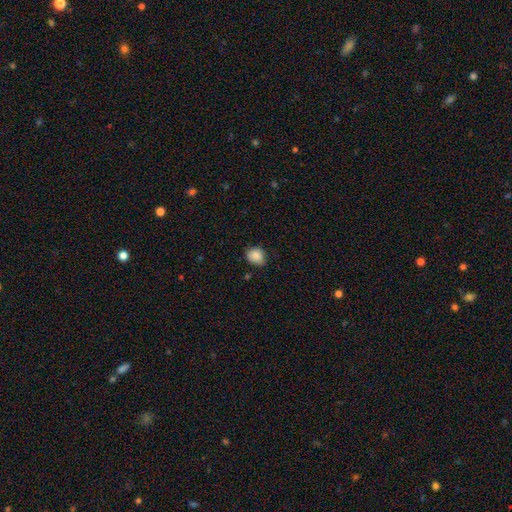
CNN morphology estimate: smooth-or-featured: smooth: 87% | star or artifact: 9% | featured or disk: 4%
  how-rounded: round: 66% | in between: 33% | cigar-shaped: 1%
  merging: none: 74% | minor disturbance: 21% | major disturbance: 3% | merger: 1%